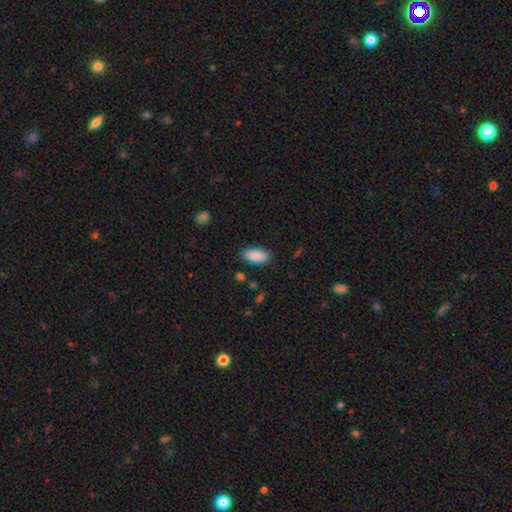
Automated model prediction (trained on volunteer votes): smooth-or-featured: smooth: 89% | star or artifact: 7% | featured or disk: 4%
  how-rounded: in between: 92% | cigar-shaped: 6% | round: 2%
  merging: none: 85% | minor disturbance: 11% | major disturbance: 3% | merger: 1%